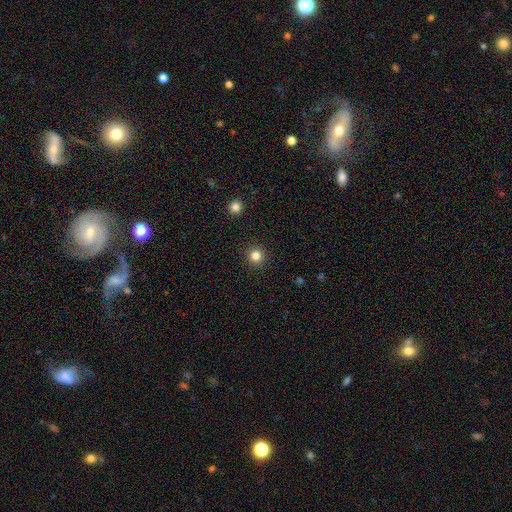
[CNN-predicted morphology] This is clearly a smooth galaxy (82%). How rounded: clearly round (95%). Merging: clearly none (93%).